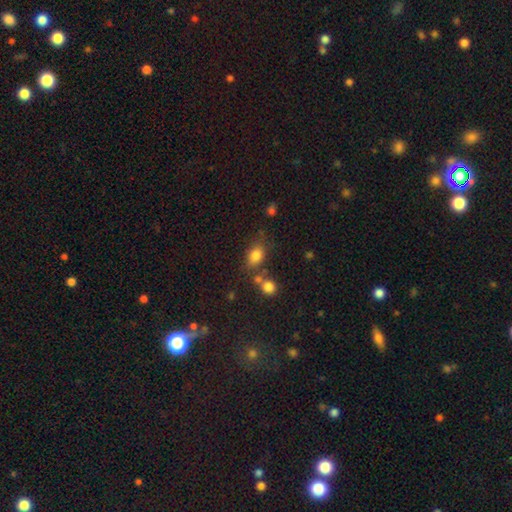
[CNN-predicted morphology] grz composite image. It shows a smooth galaxy with no disk features (81%) that is in between round and cigar-shaped (74%). Merging: none (63%).